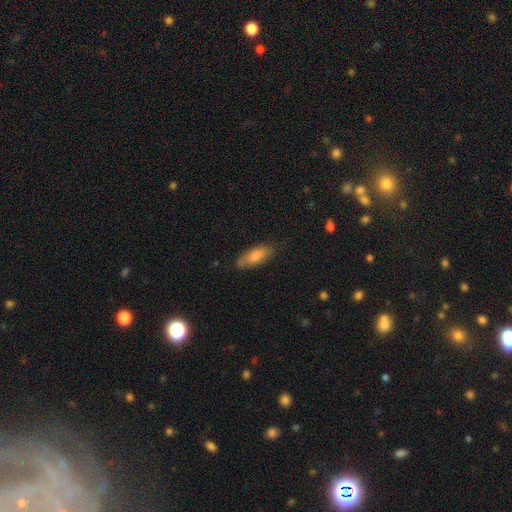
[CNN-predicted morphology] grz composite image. It shows a smooth galaxy with no disk features (82%) that is in between round and cigar-shaped (76%). Merging: none (79%).